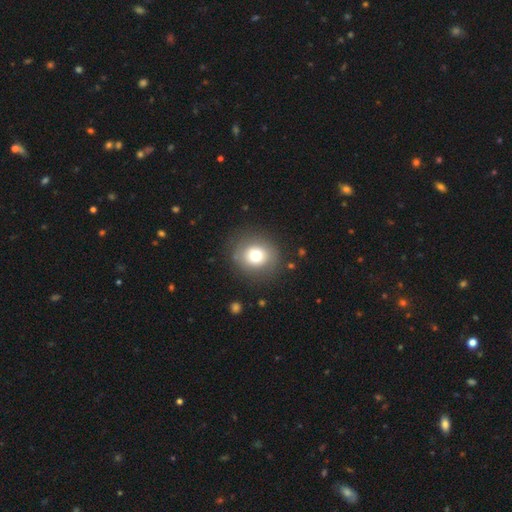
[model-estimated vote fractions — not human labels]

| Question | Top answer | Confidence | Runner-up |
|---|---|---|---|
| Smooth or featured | smooth | 72% | featured or disk (16%) |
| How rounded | round | 85% | in between (14%) |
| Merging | none | 85% | minor disturbance (9%) |